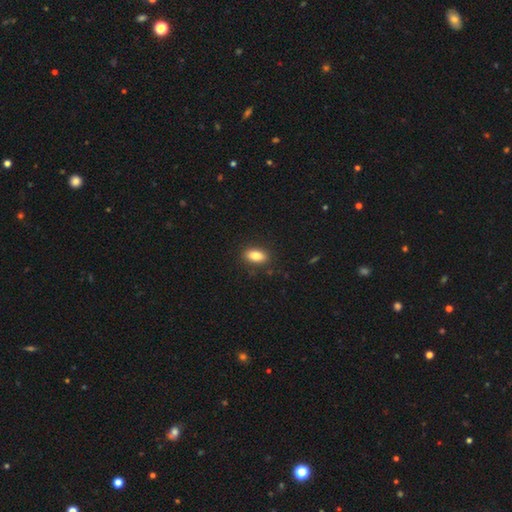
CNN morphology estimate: smooth 84%, featured or disk 9%, star or artifact 8%. Down the decision tree: how rounded — in between (88%); merging — none (87%).